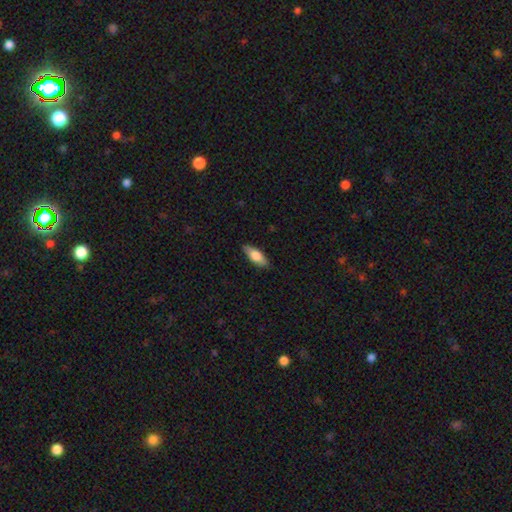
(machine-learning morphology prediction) A smooth galaxy with no disk features (73%) that is in between round and cigar-shaped (73%). Merging: none (87%).